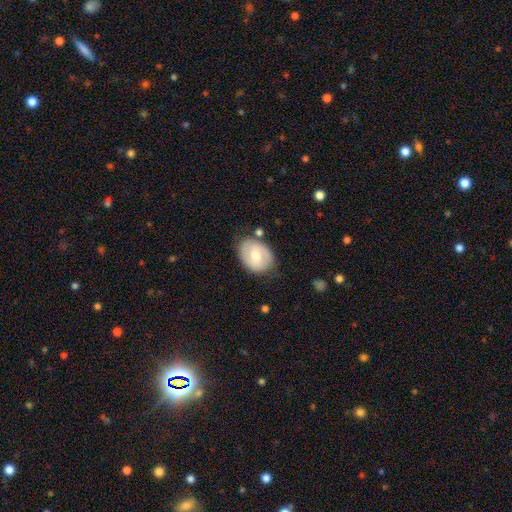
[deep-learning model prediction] smooth-or-featured: smooth: 50% | featured or disk: 44% | star or artifact: 6%
  how-rounded: in between: 64% | round: 35% | cigar-shaped: 1%
  merging: none: 72% | minor disturbance: 19% | major disturbance: 5% | merger: 4%